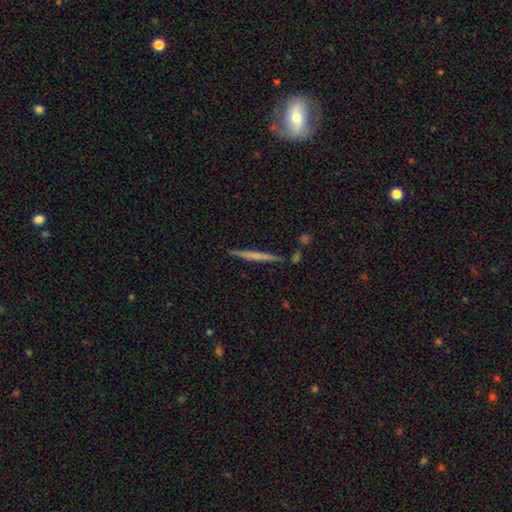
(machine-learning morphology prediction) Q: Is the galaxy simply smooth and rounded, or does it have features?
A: featured or disk — 47%.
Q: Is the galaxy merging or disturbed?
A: none — 88%.